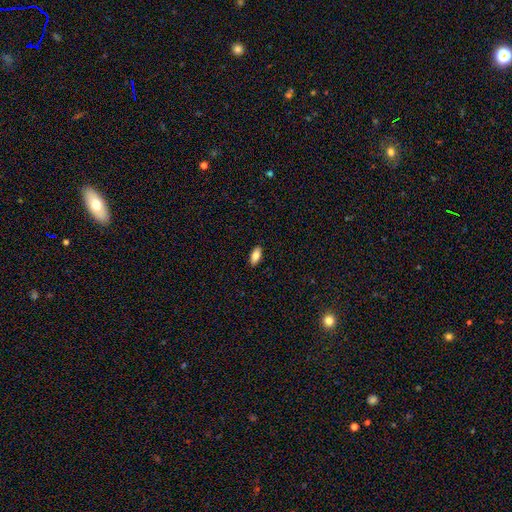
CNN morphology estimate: Overall: smooth (82%). How rounded: in between (89%). Merging: none (90%).